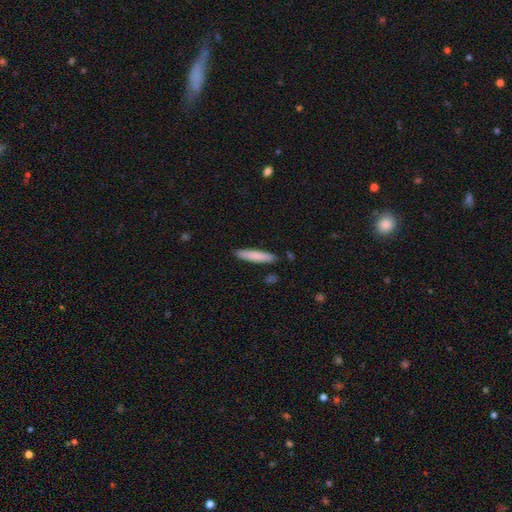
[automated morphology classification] Smooth or featured?
  - smooth: 82% *
  - featured or disk: 12%
  - star or artifact: 5%
How rounded?
  - cigar-shaped: 88% *
  - in between: 11%
  - round: 1%
Merging?
  - none: 88% *
  - minor disturbance: 8%
  - merger: 2%
  - major disturbance: 2%